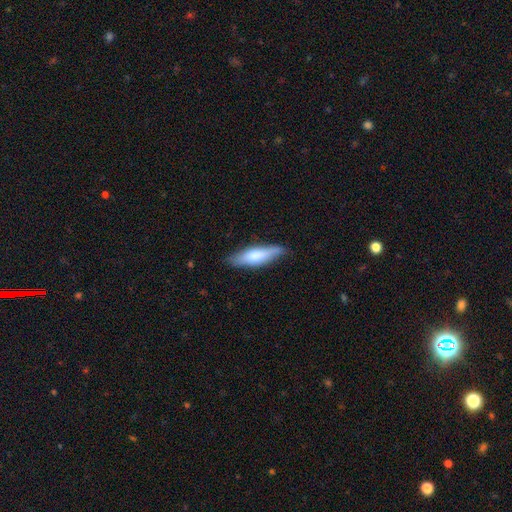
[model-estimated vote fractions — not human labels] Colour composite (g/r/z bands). It shows a smooth galaxy with no disk features (67%) that is cigar-shaped (63%). Merging: none (80%).